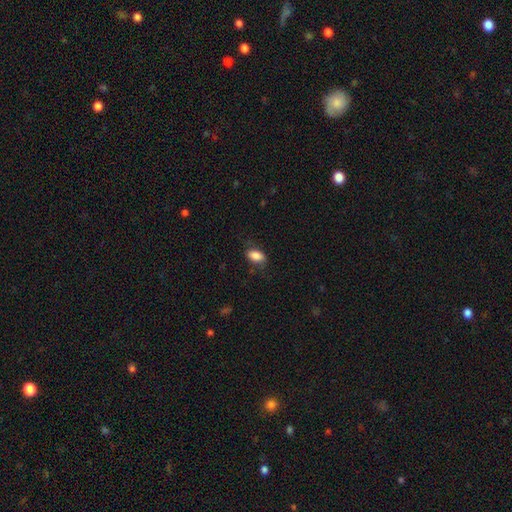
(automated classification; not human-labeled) This appears to be a smooth galaxy with no disk features (86%) that is in between round and cigar-shaped (90%). Merging: none (73%).